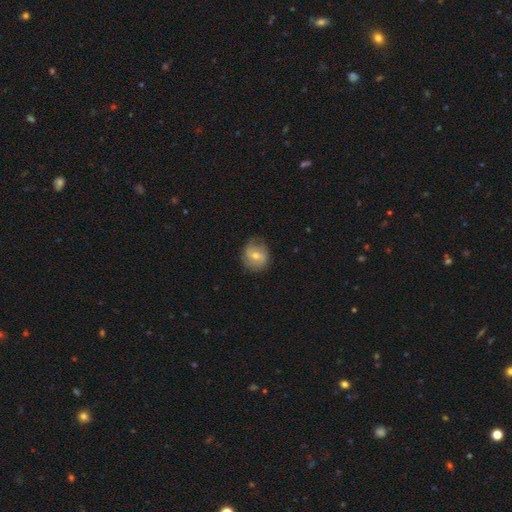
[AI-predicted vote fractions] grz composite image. It shows a featured or disk galaxy (47%). Merging: none (73%).